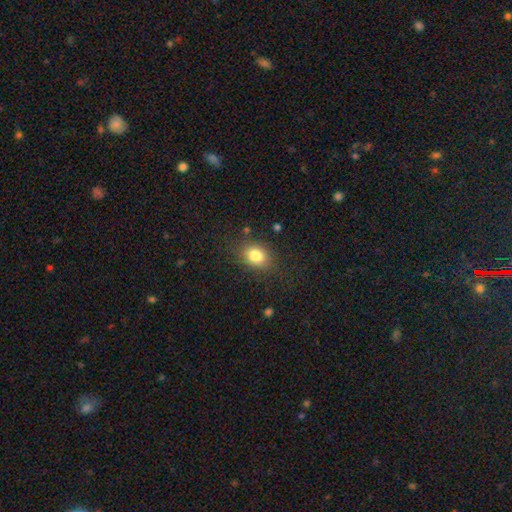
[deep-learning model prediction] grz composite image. It shows a smooth galaxy with no disk features (81%) that is in between round and cigar-shaped (62%). Merging: none (81%).